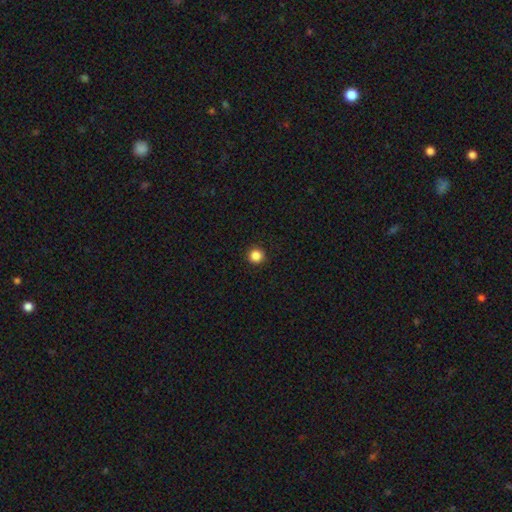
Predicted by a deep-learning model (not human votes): smooth 86%, star or artifact 11%, featured or disk 3%. Down the decision tree: how rounded — round (96%); merging — none (93%).